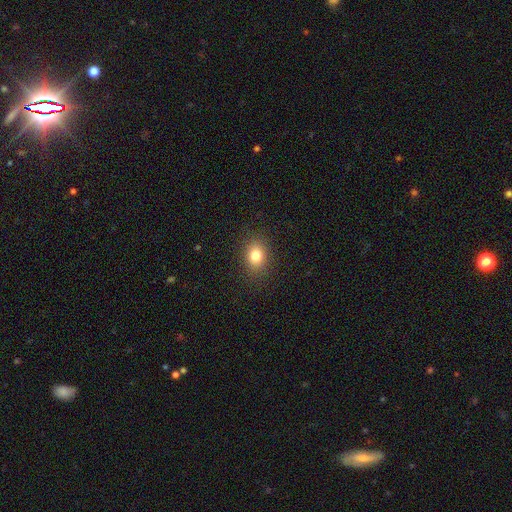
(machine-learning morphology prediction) Smooth or featured: smooth — 80% (star or artifact — 12%)
How rounded: in between — 52% (round — 46%)
Merging: none — 88% (minor disturbance — 8%)